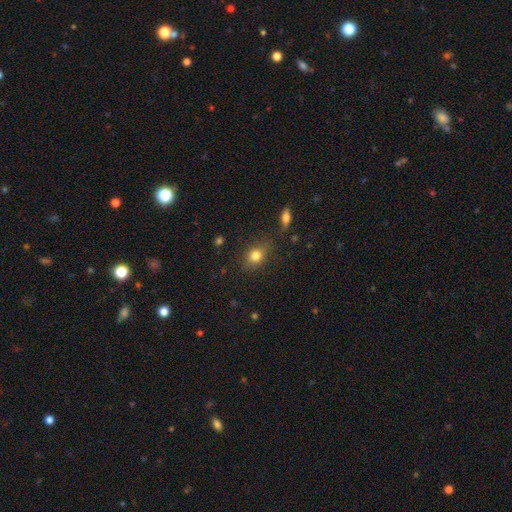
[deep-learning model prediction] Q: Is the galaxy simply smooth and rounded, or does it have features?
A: smooth — 80%.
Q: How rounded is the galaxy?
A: round — 52%.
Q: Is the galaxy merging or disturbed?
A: none — 76%.